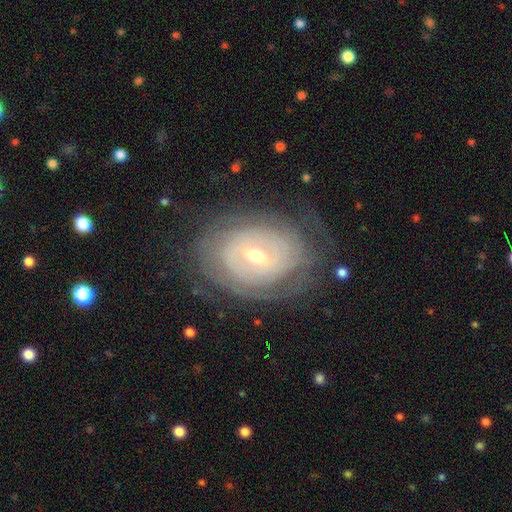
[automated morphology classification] smooth_or_featured: featured or disk (p=0.78) [alt: smooth p=0.15]
disk_edge_on: no (p=0.95) [alt: yes p=0.05]
bar: weak (p=0.45) [alt: no p=0.39]
has_spiral_arms: yes (p=0.78) [alt: no p=0.22]
spiral_winding: tight (p=0.78) [alt: medium p=0.16]
spiral_arm_count: can't tell (p=0.57) [alt: 2 p=0.19]
bulge_size: moderate (p=0.50) [alt: small p=0.46]
merging: none (p=0.74) [alt: minor disturbance p=0.17]